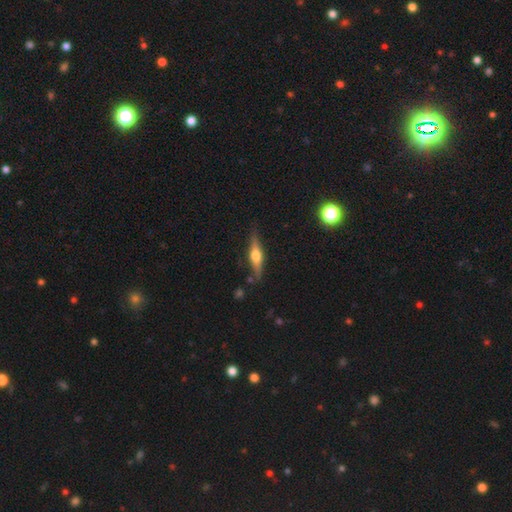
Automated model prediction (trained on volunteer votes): smooth-or-featured: featured or disk: 62% | smooth: 32% | star or artifact: 6%
  disk-edge-on: yes: 95% | no: 5%
    edge-on-bulge: rounded: 93% | boxy: 5% | none: 2%
  merging: none: 81% | minor disturbance: 13% | major disturbance: 3% | merger: 3%